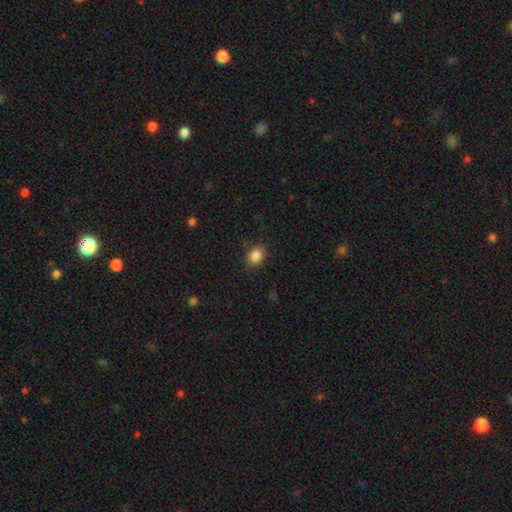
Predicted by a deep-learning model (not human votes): This appears to be a smooth galaxy with no disk features (86%) that is in between round and cigar-shaped (60%). Merging: none (86%).